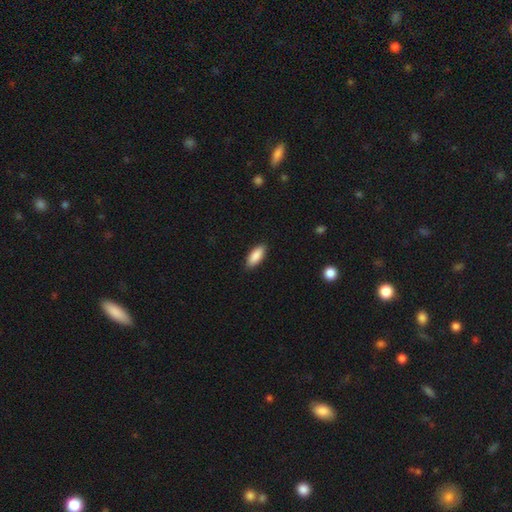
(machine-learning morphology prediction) Q: Smooth or featured?
A: smooth (89%); runner-up: star or artifact (6%)
Q: How rounded?
A: in between (82%); runner-up: cigar-shaped (16%)
Q: Merging?
A: none (89%); runner-up: minor disturbance (8%)